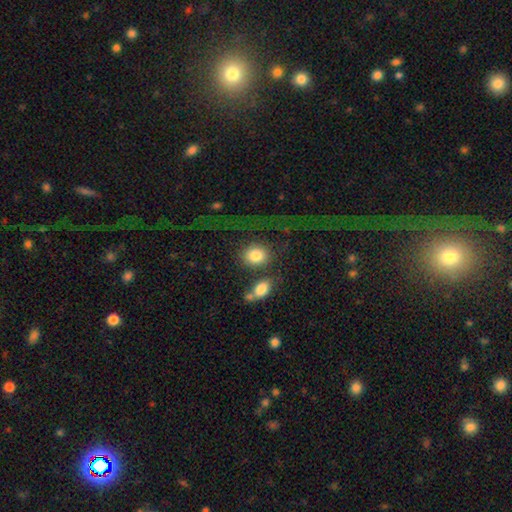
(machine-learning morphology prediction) smooth_or_featured: smooth (p=0.82) [alt: featured or disk p=0.10]
how_rounded: round (p=0.58) [alt: in between p=0.41]
merging: none (p=0.53) [alt: merger p=0.24]